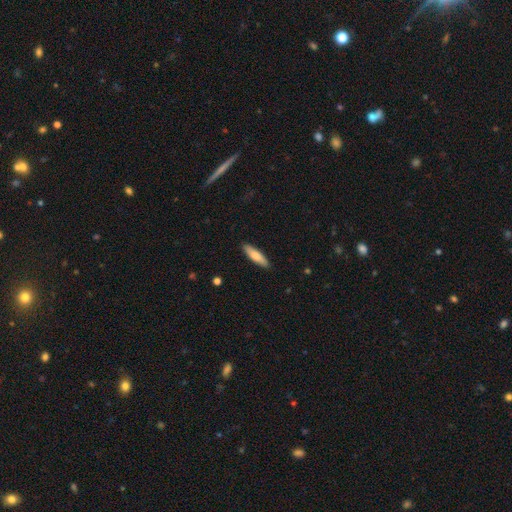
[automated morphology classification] smooth_or_featured: smooth (p=0.74) [alt: featured or disk p=0.21]
how_rounded: cigar-shaped (p=0.67) [alt: in between p=0.32]
merging: none (p=0.89) [alt: minor disturbance p=0.08]